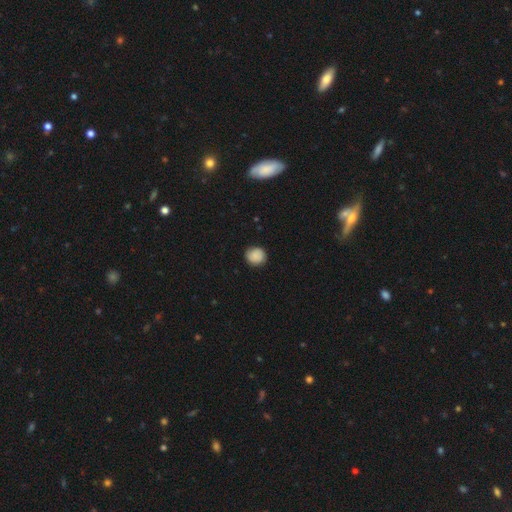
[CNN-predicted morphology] A smooth galaxy with no disk features (86%) that is round (86%). Merging: none (88%).